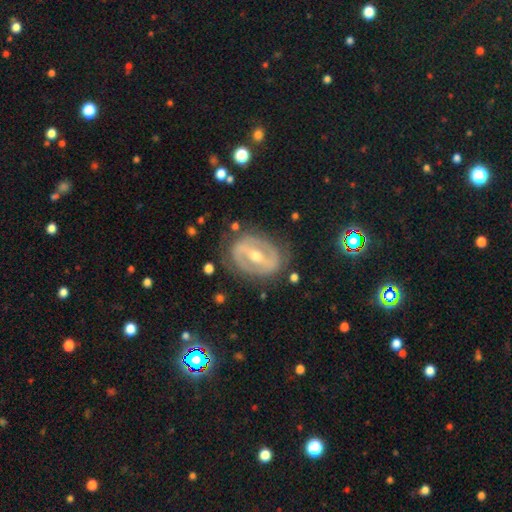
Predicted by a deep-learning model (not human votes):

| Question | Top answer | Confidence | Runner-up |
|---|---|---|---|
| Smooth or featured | featured or disk | 80% | smooth (15%) |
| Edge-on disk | no | 94% | yes (6%) |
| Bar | strong | 60% | weak (28%) |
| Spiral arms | yes | 57% | no (43%) |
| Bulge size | moderate | 67% | small (28%) |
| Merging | none | 77% | minor disturbance (15%) |